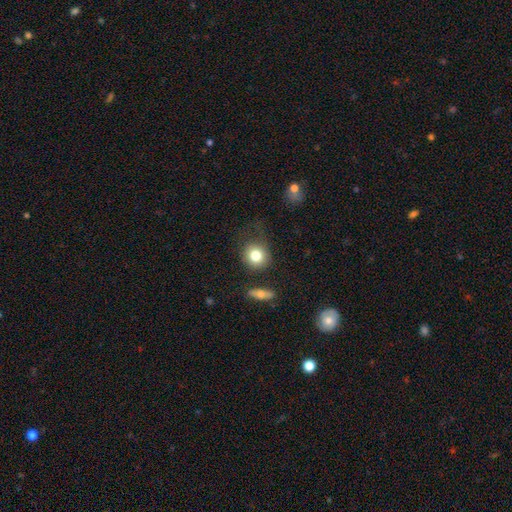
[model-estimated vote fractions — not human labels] smooth_or_featured: smooth (p=0.80) [alt: featured or disk p=0.11]
how_rounded: round (p=0.85) [alt: in between p=0.13]
merging: none (p=0.71) [alt: minor disturbance p=0.16]